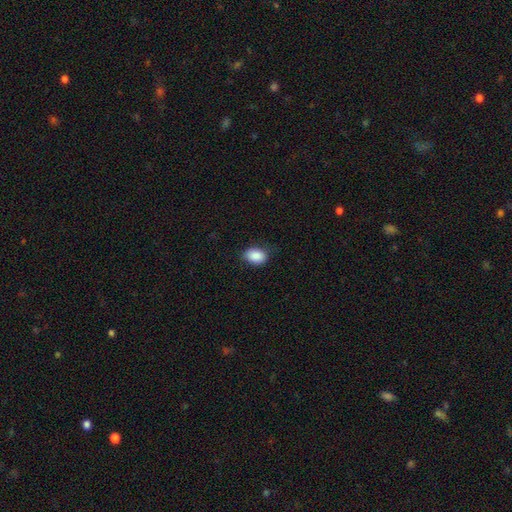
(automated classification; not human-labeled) smooth-or-featured: smooth: 89% | star or artifact: 8% | featured or disk: 4%
  how-rounded: in between: 79% | round: 20% | cigar-shaped: 1%
  merging: none: 78% | minor disturbance: 17% | major disturbance: 4% | merger: 1%